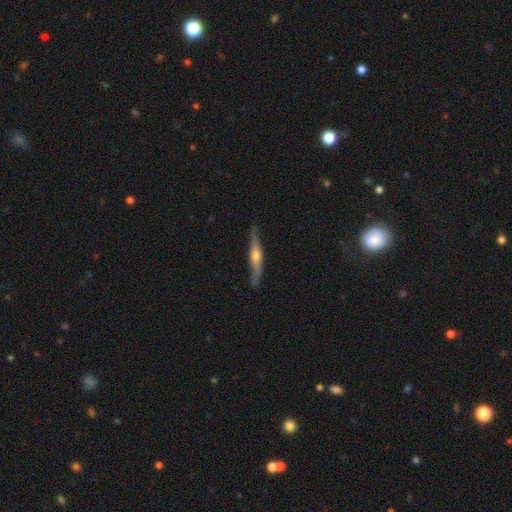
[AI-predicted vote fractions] smooth-or-featured: featured or disk: 63% | smooth: 31% | star or artifact: 5%
  disk-edge-on: yes: 94% | no: 6%
    edge-on-bulge: rounded: 86% | none: 9% | boxy: 6%
  merging: none: 84% | minor disturbance: 13% | major disturbance: 2% | merger: 1%